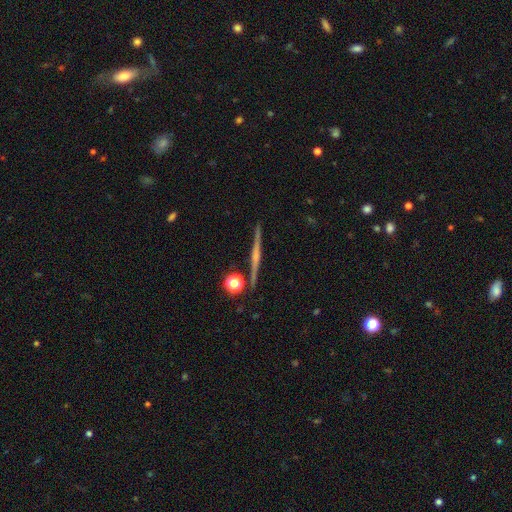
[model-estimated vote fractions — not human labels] Smooth or featured?
  - featured or disk: 71% *
  - smooth: 21%
  - star or artifact: 8%
Edge-on disk?
  - yes: 98% *
  - no: 2%
Edge-on bulge?
  - rounded: 46% *
  - none: 39%
  - boxy: 15%
Merging?
  - none: 90% *
  - minor disturbance: 6%
  - merger: 2%
  - major disturbance: 2%